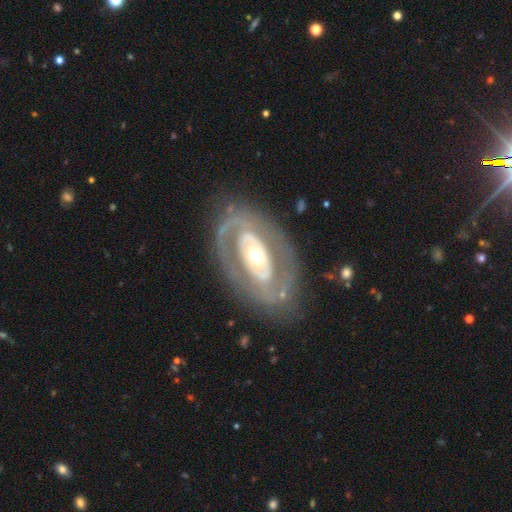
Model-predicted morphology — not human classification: Smooth or featured? featured or disk (82%)
Edge-on disk? no (92%)
Bar? strong (37%)
Spiral arms? yes (66%)
Bulge size? moderate (60%)
Merging? none (79%)